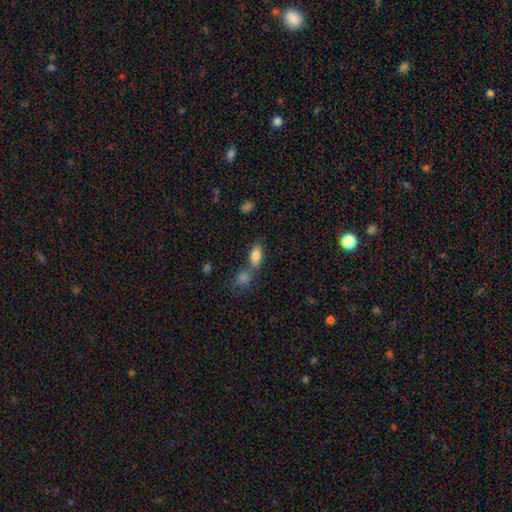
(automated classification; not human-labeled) The model was most divided on "merging": none: 45%, merger: 38%, minor disturbance: 12%, major disturbance: 5%. More confident: how rounded — in between (87%); smooth or featured — smooth (83%).